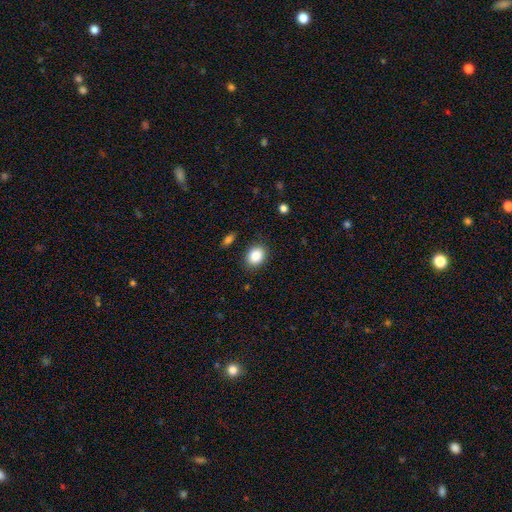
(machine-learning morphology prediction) type=smooth (86%); roundness=in between (56%); merging=none (85%).